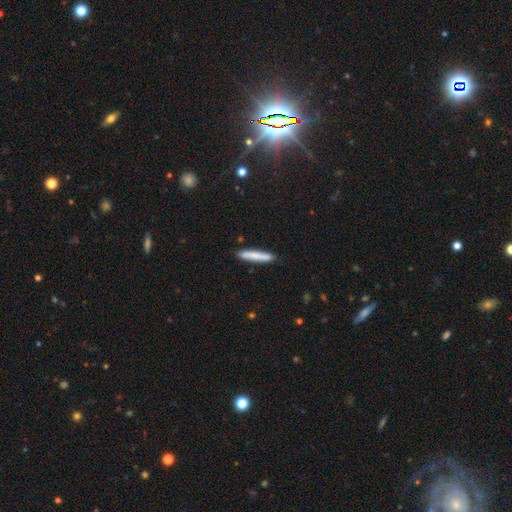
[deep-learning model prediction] Smooth or featured? smooth (78%)
How rounded? cigar-shaped (92%)
Merging? none (88%)